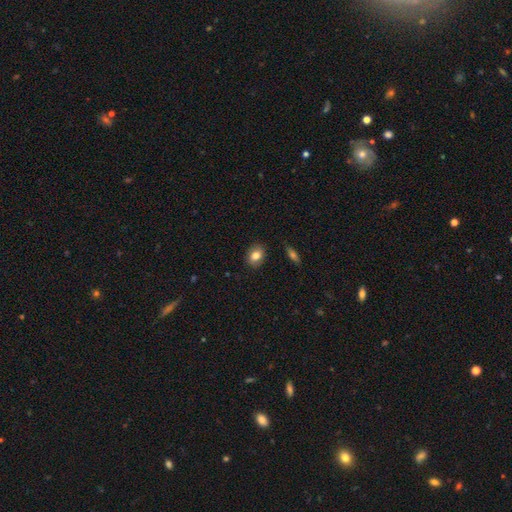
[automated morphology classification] smooth_or_featured: smooth (p=0.79) [alt: featured or disk p=0.13]
how_rounded: in between (p=0.61) [alt: round p=0.37]
merging: none (p=0.86) [alt: minor disturbance p=0.10]